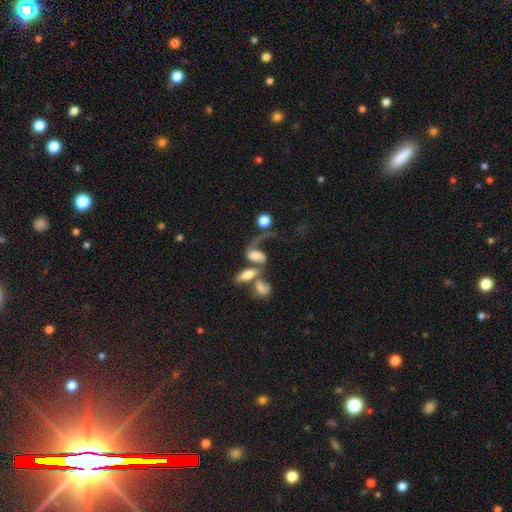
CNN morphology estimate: Overall: featured or disk (47%; smooth 42%). Merging: merger (45%; major disturbance 27%).